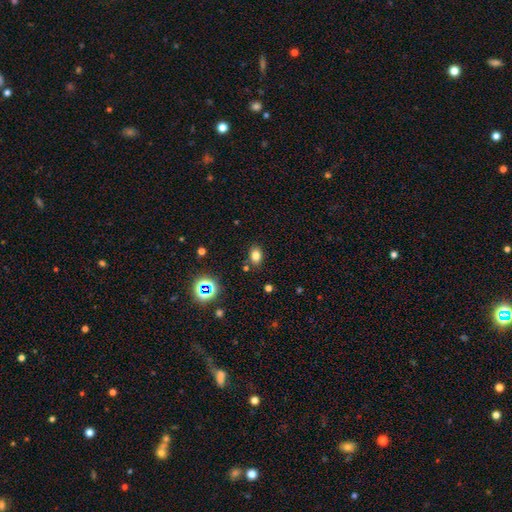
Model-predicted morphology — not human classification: A smooth galaxy with no disk features (77%) that is in between round and cigar-shaped (72%). Merging: none (82%).